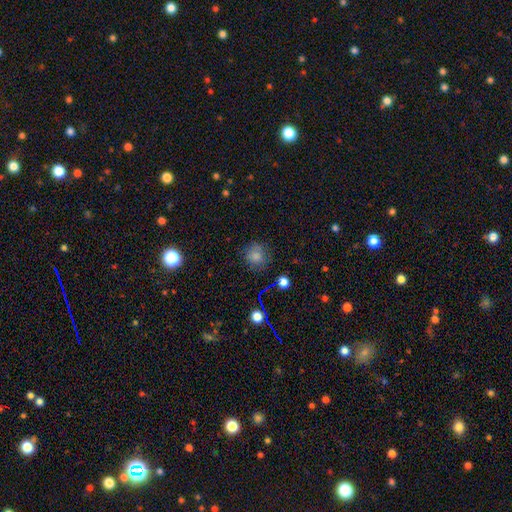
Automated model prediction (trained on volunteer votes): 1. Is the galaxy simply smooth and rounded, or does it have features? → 77% smooth, 15% star or artifact, 9% featured or disk.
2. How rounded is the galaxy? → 86% round, 13% in between, 1% cigar-shaped.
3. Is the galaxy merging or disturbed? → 75% none, 17% minor disturbance, 6% major disturbance, 2% merger.